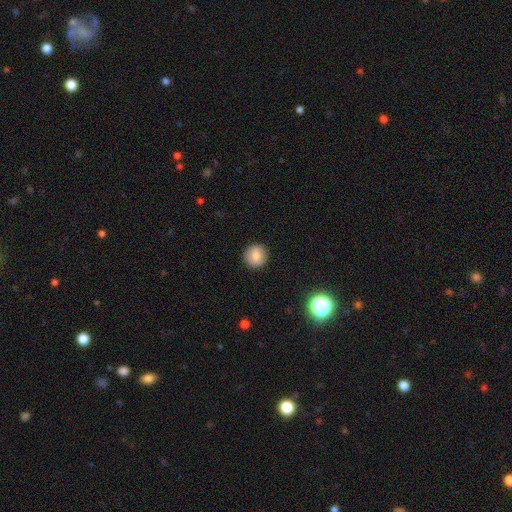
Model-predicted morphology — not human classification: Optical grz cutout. It shows a smooth galaxy with no disk features (82%) that is round (94%). Merging: none (91%).